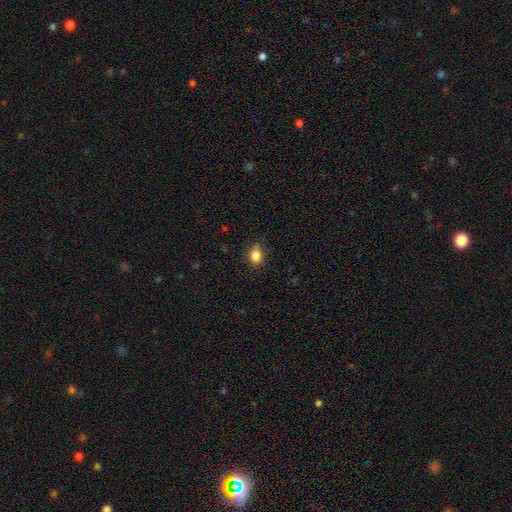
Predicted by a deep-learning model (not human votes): Smooth or featured? smooth (84%)
How rounded? in between (54%)
Merging? none (74%)